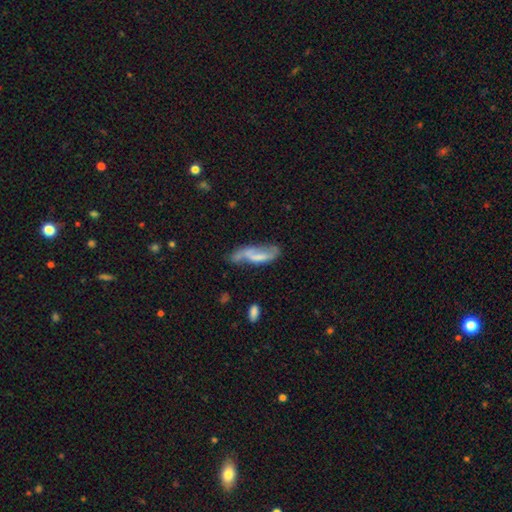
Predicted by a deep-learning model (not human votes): Q: Smooth or featured?
A: smooth (46%); runner-up: featured or disk (45%)
Q: Merging?
A: none (31%); tied with: minor disturbance (31%)